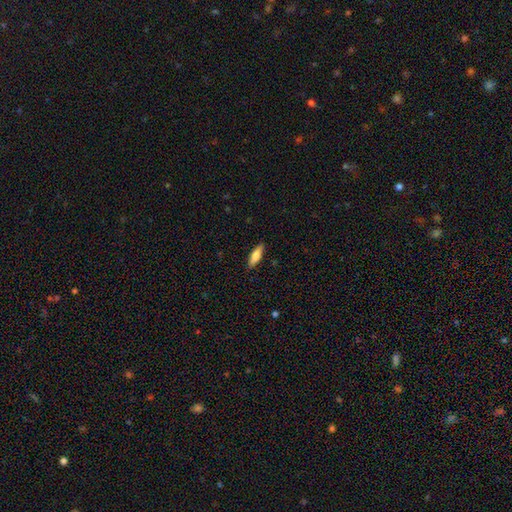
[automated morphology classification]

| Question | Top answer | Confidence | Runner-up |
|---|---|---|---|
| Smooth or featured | smooth | 73% | featured or disk (21%) |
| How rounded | cigar-shaped | 51% | in between (47%) |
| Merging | none | 88% | minor disturbance (9%) |